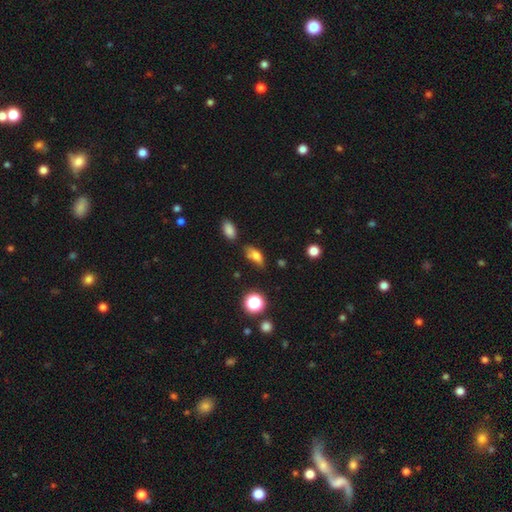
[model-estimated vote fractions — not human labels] A smooth galaxy with no disk features (71%) that is in between round and cigar-shaped (77%). Merging: none (56%).